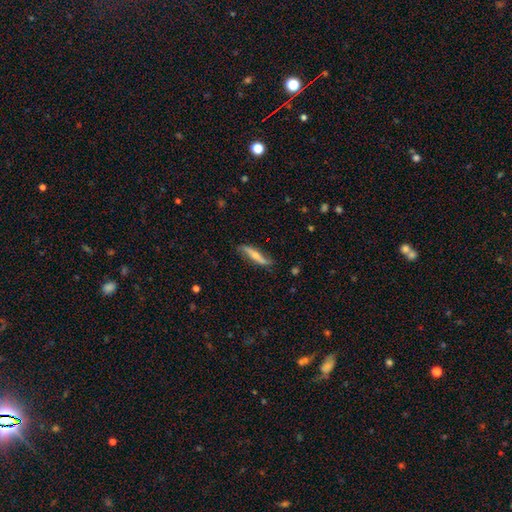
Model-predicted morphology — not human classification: type=featured or disk (51%); edge-on=yes (61%); merging=none (76%).